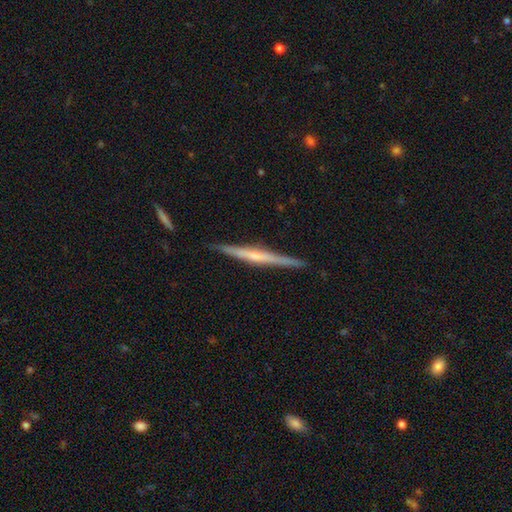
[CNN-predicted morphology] A featured or disk galaxy (70%) viewed edge-on (98%) with a rounded central bulge (44%). Merging: none (90%).